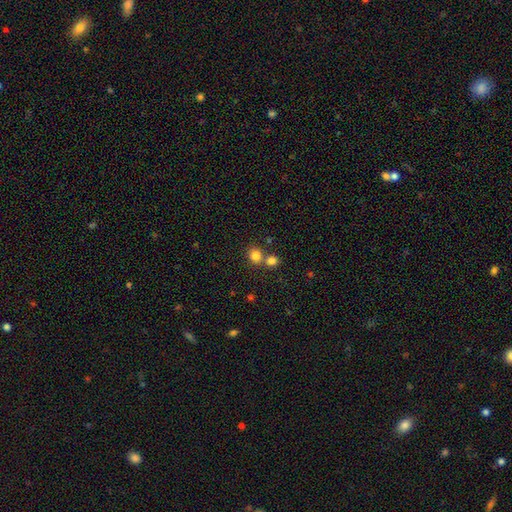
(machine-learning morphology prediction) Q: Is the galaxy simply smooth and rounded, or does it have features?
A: smooth — 81%.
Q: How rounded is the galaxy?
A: round — 83%.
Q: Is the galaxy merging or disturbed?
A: none — 56%.